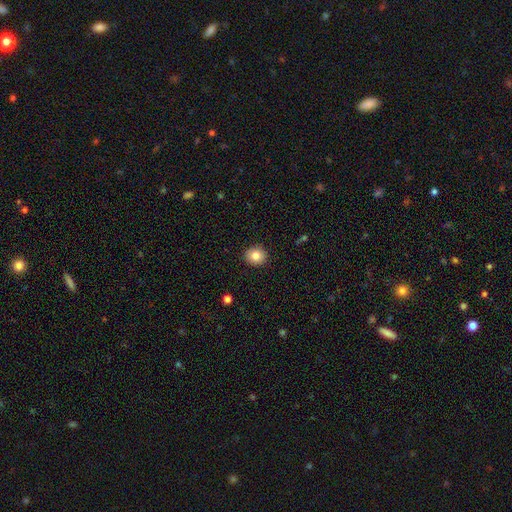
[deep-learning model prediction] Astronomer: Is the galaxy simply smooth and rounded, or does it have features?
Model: smooth — 83%.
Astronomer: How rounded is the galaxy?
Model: round — 82%.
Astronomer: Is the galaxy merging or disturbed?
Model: none — 91%.